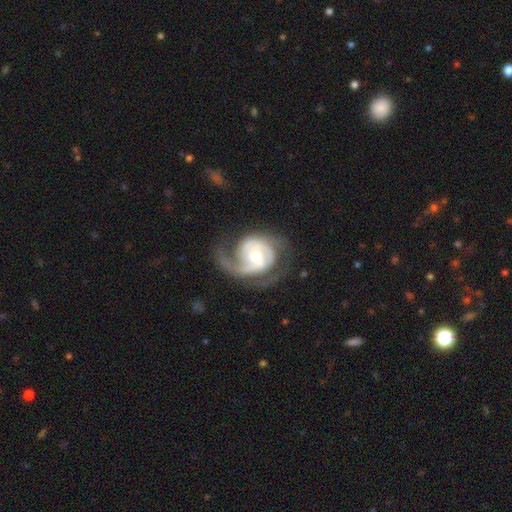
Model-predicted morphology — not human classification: This appears to be a featured or disk galaxy (87%) with no bar (52%), 2 (58%) medium (46%) spiral arms (96%) and a moderate central bulge (66%). Merging: none (59%).